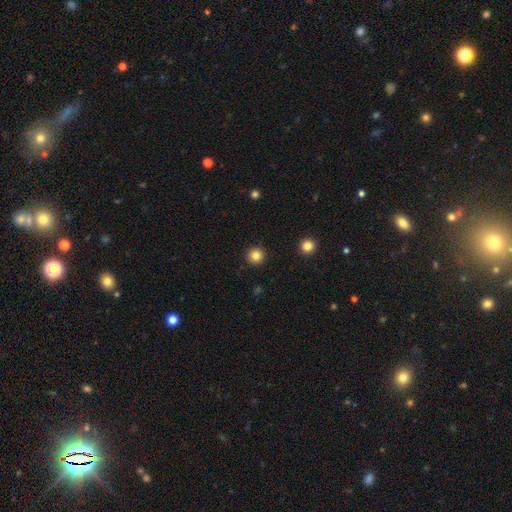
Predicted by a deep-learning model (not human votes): This appears to be a smooth galaxy with no disk features (83%) that is round (96%). Merging: none (93%).